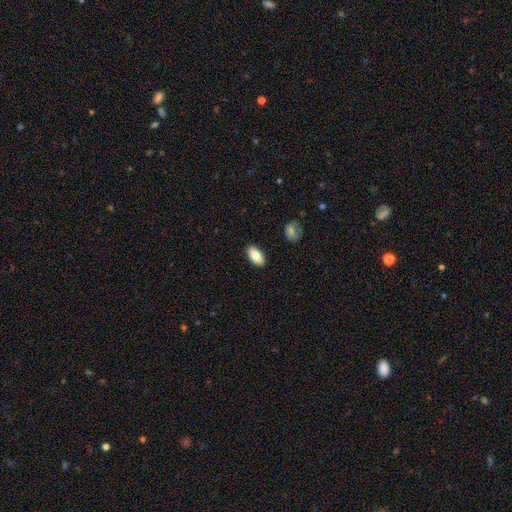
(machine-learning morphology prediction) A smooth galaxy with no disk features (84%) that is in between round and cigar-shaped (94%). Merging: none (89%).